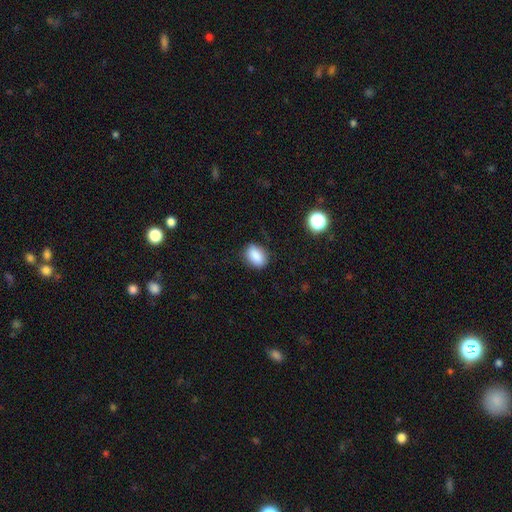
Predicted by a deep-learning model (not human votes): A smooth galaxy with no disk features (87%) that is in between round and cigar-shaped (80%).

Vote fractions:
- Smooth or featured? smooth: 87% / star or artifact: 9% / featured or disk: 5%
- How rounded? in between: 80% / round: 18% / cigar-shaped: 2%
- Merging? none: 82% / minor disturbance: 14% / major disturbance: 4% / merger: 1%